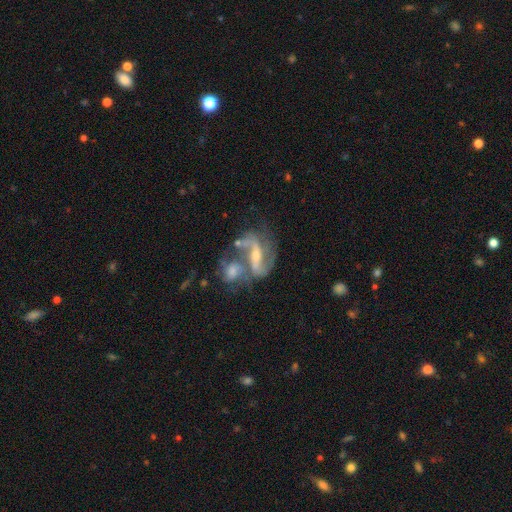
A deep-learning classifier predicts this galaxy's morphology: Q: Smooth or featured?
A: featured or disk (87%); runner-up: star or artifact (7%)
Q: Edge-on disk?
A: no (96%); runner-up: yes (4%)
Q: Bar?
A: strong (53%); runner-up: weak (31%)
Q: Spiral arms?
A: yes (94%); runner-up: no (6%)
Q: Spiral winding?
A: medium (43%); runner-up: loose (42%)
Q: Spiral arm count?
A: 2 (87%); runner-up: can't tell (5%)
Q: Bulge size?
A: small (53%); runner-up: moderate (42%)
Q: Merging?
A: merger (42%); runner-up: none (35%)